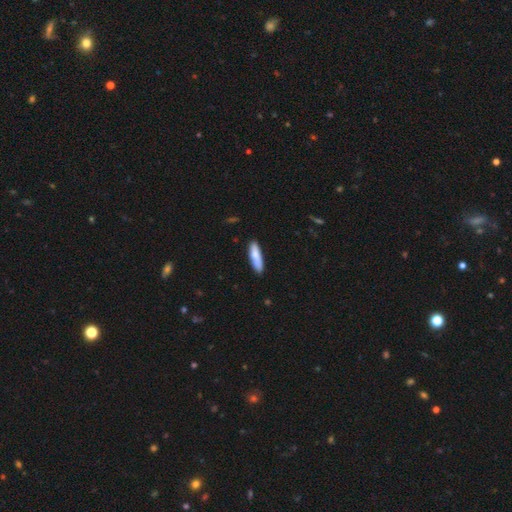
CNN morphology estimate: smooth 82%, featured or disk 12%, star or artifact 6%. Down the decision tree: how rounded — cigar-shaped (69%); merging — none (83%).